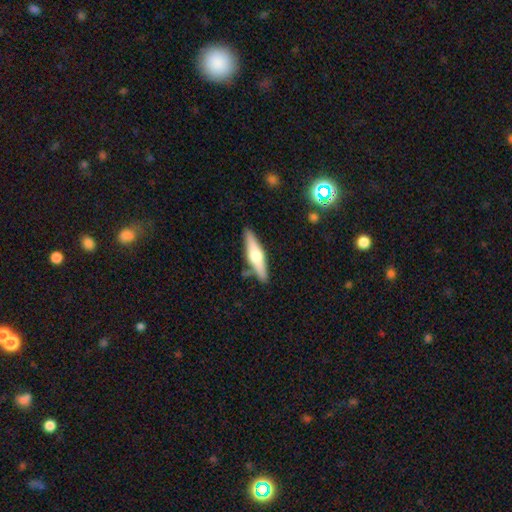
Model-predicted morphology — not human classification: The model was most divided on "smooth or featured": featured or disk: 55%, smooth: 39%, star or artifact: 5%. More confident: edge-on disk — yes (95%); edge-on bulge — rounded (91%); merging — none (84%).